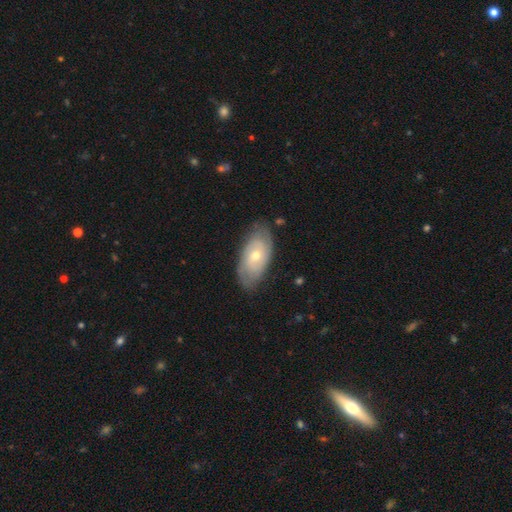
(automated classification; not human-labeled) Morphology: type=featured or disk (57%); edge-on=no (90%); bar=no (77%); spiral arms=yes (71%); bulge=small (50%); merging=none (76%).